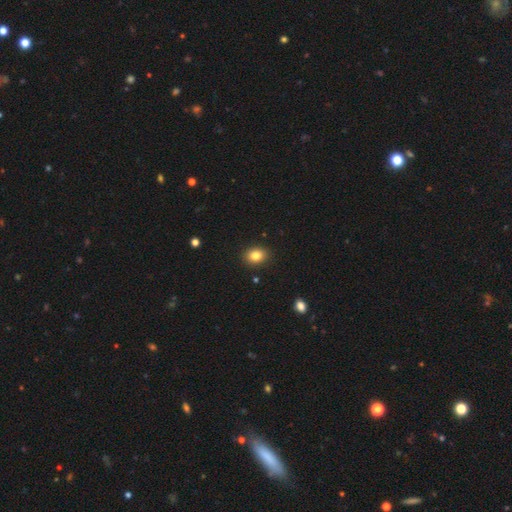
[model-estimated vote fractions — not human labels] A smooth galaxy with no disk features (83%) that is in between round and cigar-shaped (60%).

Vote fractions:
- Smooth or featured? smooth: 83% / star or artifact: 10% / featured or disk: 7%
- How rounded? in between: 60% / round: 39% / cigar-shaped: 1%
- Merging? none: 90% / minor disturbance: 7% / major disturbance: 2% / merger: 1%